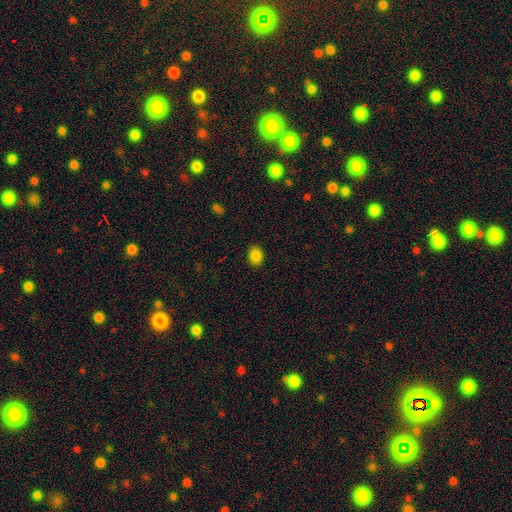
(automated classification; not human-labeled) smooth-or-featured: smooth: 85% | star or artifact: 11% | featured or disk: 4%
  how-rounded: in between: 60% | round: 40% | cigar-shaped: 1%
  merging: none: 88% | minor disturbance: 9% | major disturbance: 2% | merger: 1%